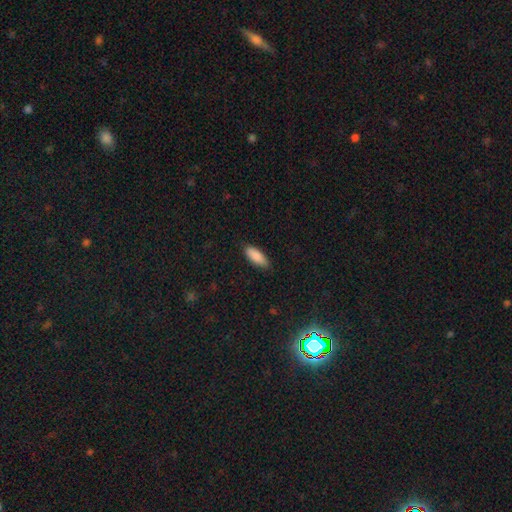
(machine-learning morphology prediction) Smooth or featured? Predicted: smooth (p=0.89). How rounded? Predicted: in between (p=0.76). Merging? Predicted: none (p=0.86).